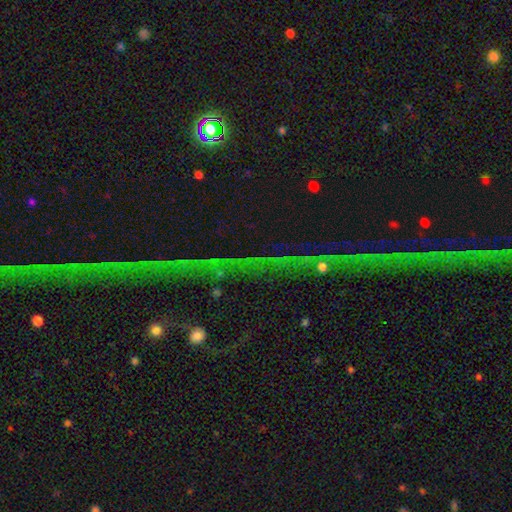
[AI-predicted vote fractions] Smooth or featured? Predicted: star or artifact (p=0.75).